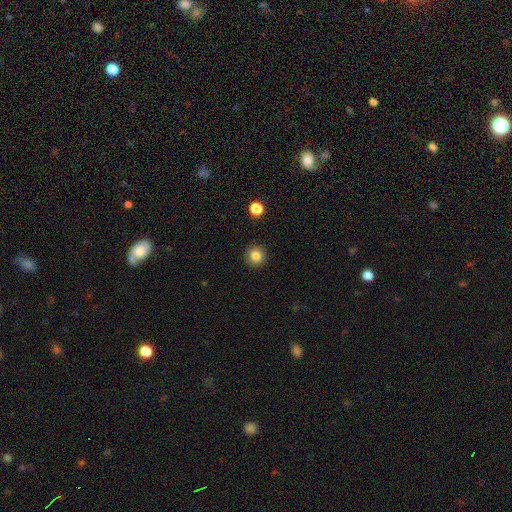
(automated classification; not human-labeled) smooth_or_featured: smooth (p=0.83) [alt: star or artifact p=0.11]
how_rounded: round (p=0.94) [alt: in between p=0.05]
merging: none (p=0.92) [alt: minor disturbance p=0.05]